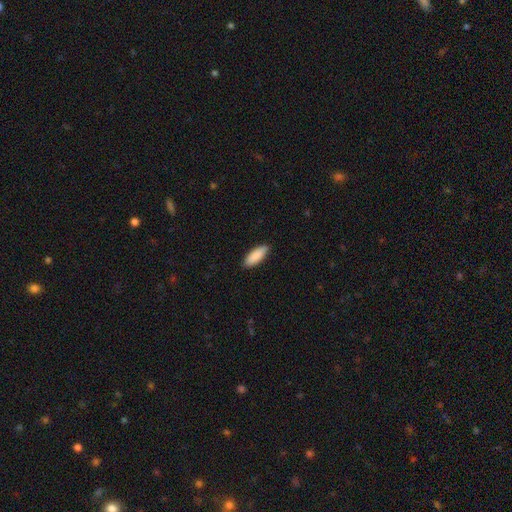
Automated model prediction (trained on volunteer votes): Smooth or featured?
  - smooth: 90% *
  - star or artifact: 5%
  - featured or disk: 5%
How rounded?
  - in between: 71% *
  - cigar-shaped: 28%
  - round: 2%
Merging?
  - none: 86% *
  - minor disturbance: 11%
  - major disturbance: 2%
  - merger: 1%